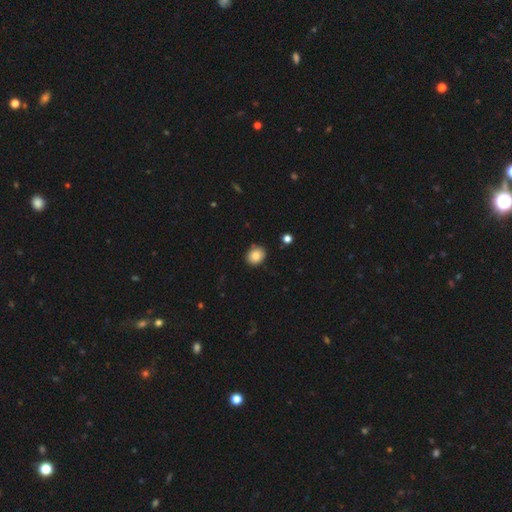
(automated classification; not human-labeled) This is clearly a smooth galaxy (86%). How rounded: possibly round (60%). Merging: clearly none (86%).